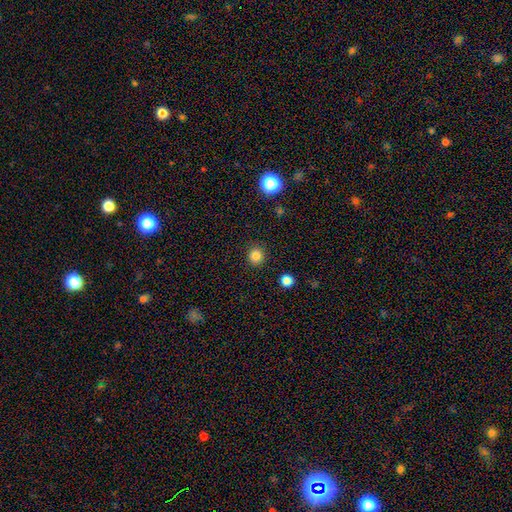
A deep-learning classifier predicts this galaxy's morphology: smooth-or-featured: smooth: 84% | star or artifact: 12% | featured or disk: 4%
  how-rounded: round: 90% | in between: 9% | cigar-shaped: 1%
  merging: none: 91% | minor disturbance: 5% | major disturbance: 2% | merger: 1%